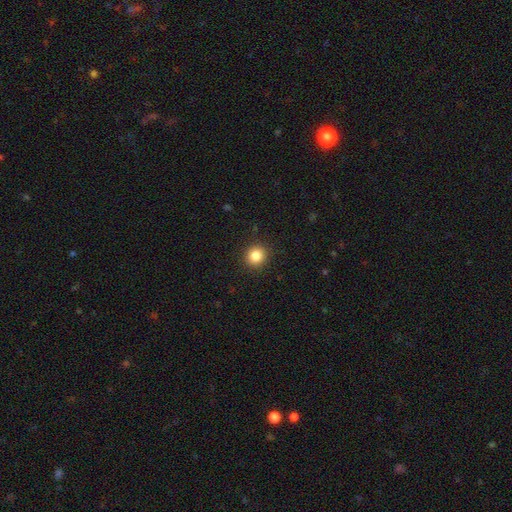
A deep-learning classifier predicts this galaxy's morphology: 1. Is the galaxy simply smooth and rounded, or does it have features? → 84% smooth, 11% star or artifact, 5% featured or disk.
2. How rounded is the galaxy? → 88% round, 11% in between, 1% cigar-shaped.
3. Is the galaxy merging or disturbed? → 91% none, 6% minor disturbance, 2% major disturbance, 1% merger.